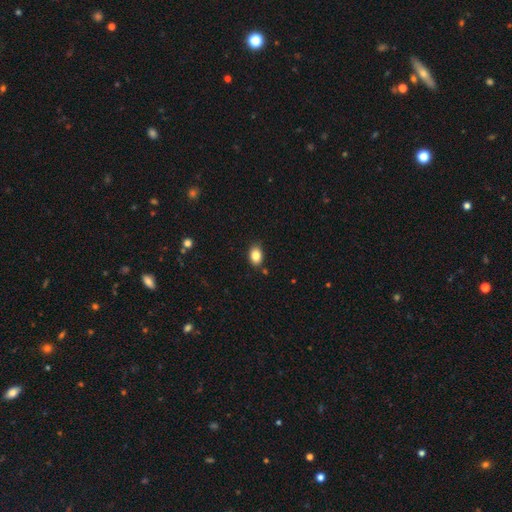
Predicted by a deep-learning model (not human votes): smooth-or-featured: smooth: 85% | star or artifact: 9% | featured or disk: 6%
  how-rounded: in between: 78% | round: 21% | cigar-shaped: 1%
  merging: none: 83% | minor disturbance: 13% | merger: 2% | major disturbance: 2%